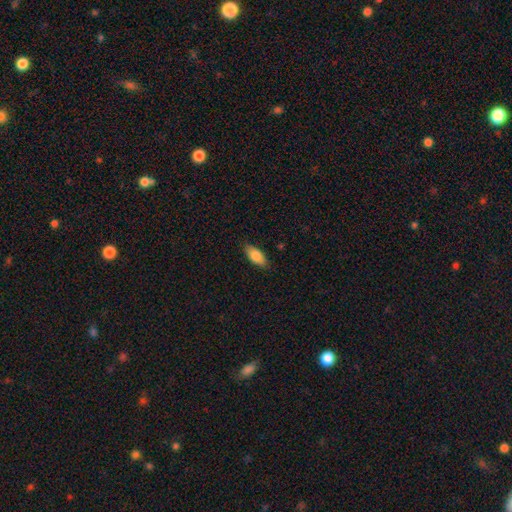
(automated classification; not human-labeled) Smooth or featured?
  - smooth: 82% *
  - featured or disk: 12%
  - star or artifact: 6%
How rounded?
  - in between: 84% *
  - cigar-shaped: 13%
  - round: 2%
Merging?
  - none: 85% *
  - minor disturbance: 12%
  - major disturbance: 2%
  - merger: 1%